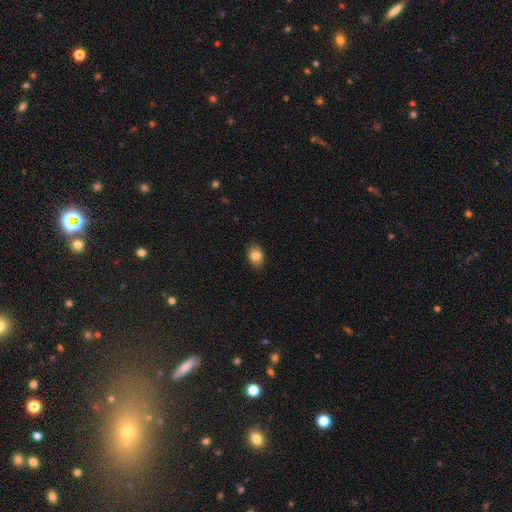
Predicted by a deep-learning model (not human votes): smooth 83%, star or artifact 9%, featured or disk 9%. Down the decision tree: how rounded — in between (69%); merging — none (89%).